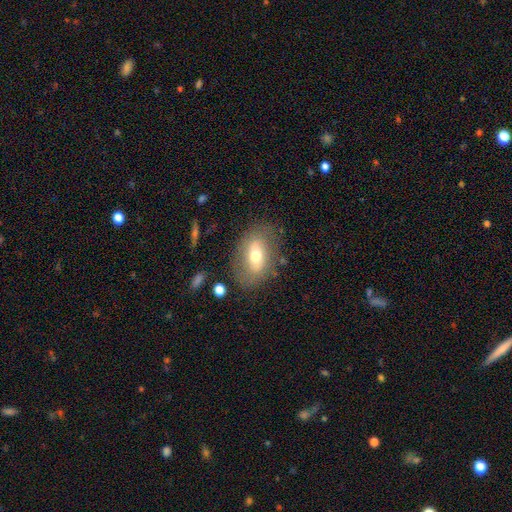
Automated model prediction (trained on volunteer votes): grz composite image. It shows a smooth galaxy with no disk features (55%) that is in between round and cigar-shaped (84%). Merging: none (75%).